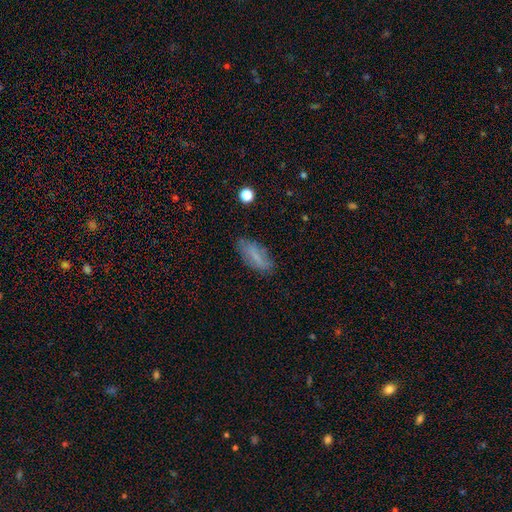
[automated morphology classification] smooth-or-featured: smooth: 66% | featured or disk: 24% | star or artifact: 9%
  how-rounded: in between: 70% | cigar-shaped: 27% | round: 3%
  merging: none: 71% | minor disturbance: 21% | major disturbance: 6% | merger: 2%